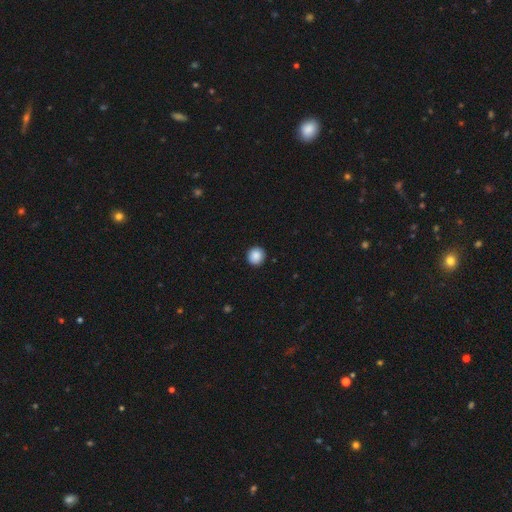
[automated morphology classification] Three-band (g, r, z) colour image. It shows a smooth galaxy with no disk features (89%) that is round (94%). Merging: none (93%).